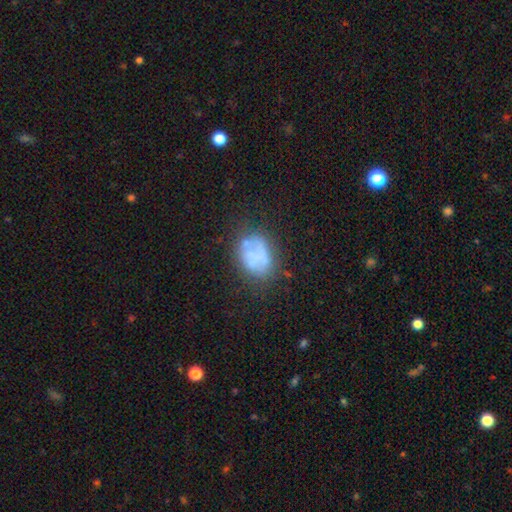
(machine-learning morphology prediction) This is possibly a smooth galaxy (48%). Merging: possibly none (46%).